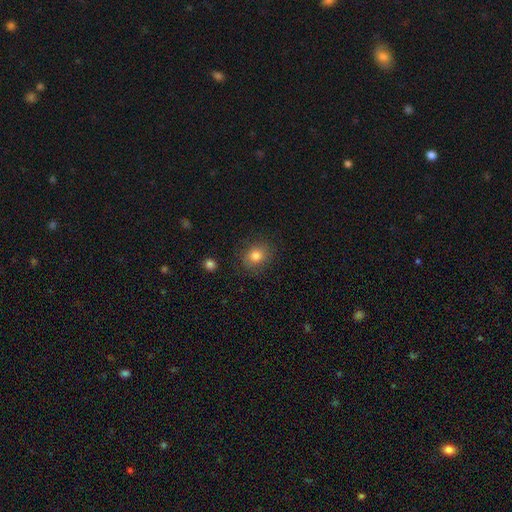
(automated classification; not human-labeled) smooth 81%, star or artifact 11%, featured or disk 8%. Down the decision tree: how rounded — round (70%); merging — none (84%).